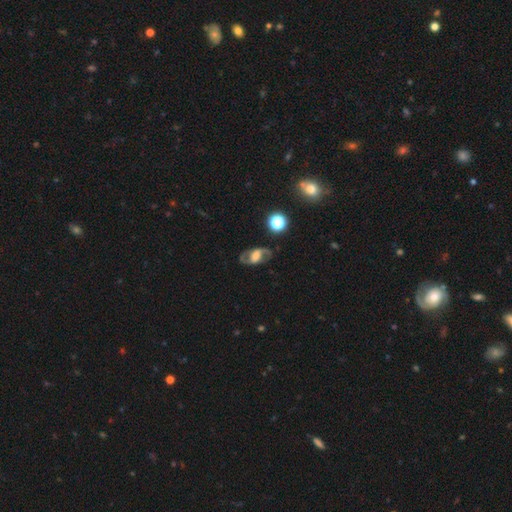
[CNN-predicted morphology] smooth-or-featured: featured or disk: 70% | smooth: 21% | star or artifact: 9%
  disk-edge-on: no: 93% | yes: 7%
    bar: weak: 40% | strong: 31% | no: 29%
    has-spiral-arms: yes: 83% | no: 17%
      spiral-winding: medium: 49% | loose: 33% | tight: 17%
      spiral-arm-count: 2: 88% | can't tell: 7% | 1: 2% | 3: 1% | 4: 1% | more than 4: 1%
    bulge-size: large: 32% | moderate: 31% | small: 19% | none: 14% | dominant: 5%
  merging: none: 75% | minor disturbance: 15% | major disturbance: 8% | merger: 2%